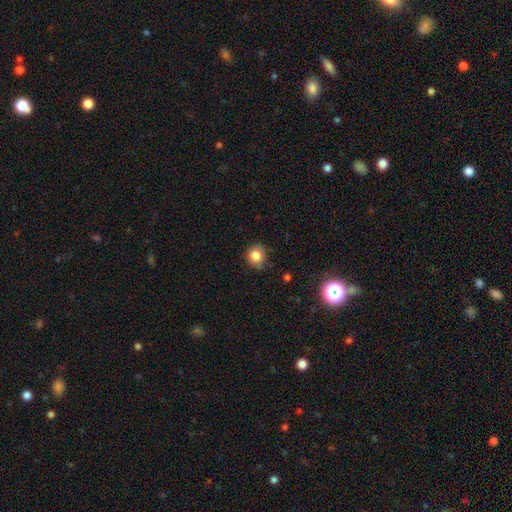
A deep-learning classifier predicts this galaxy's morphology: Smooth or featured? Predicted: smooth (p=0.82). How rounded? Predicted: round (p=0.87). Merging? Predicted: none (p=0.75).